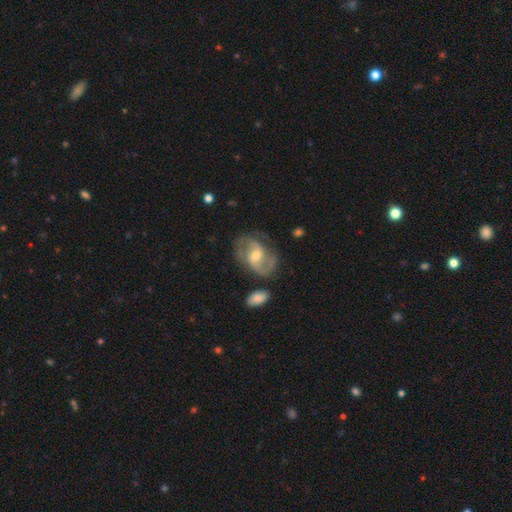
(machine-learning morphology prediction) A featured or disk galaxy (82%) with a weak bar (48%), 2 (86%) medium (51%) spiral arms (93%) and a moderate central bulge (57%).

Vote fractions:
- Smooth or featured? featured or disk: 82% / smooth: 12% / star or artifact: 6%
- Edge-on disk? no: 97% / yes: 3%
- Bar? weak: 48% / no: 34% / strong: 18%
- Spiral arms? yes: 93% / no: 7%
- Spiral winding? medium: 51% / loose: 32% / tight: 17%
- Spiral arm count? 2: 86% / can't tell: 6% / 3: 3% / 1: 3% / 4: 1% / more than 4: 1%
- Bulge size? moderate: 57% / small: 38% / large: 3% / none: 1% / dominant: 1%
- Merging? none: 69% / minor disturbance: 19% / major disturbance: 9% / merger: 4%